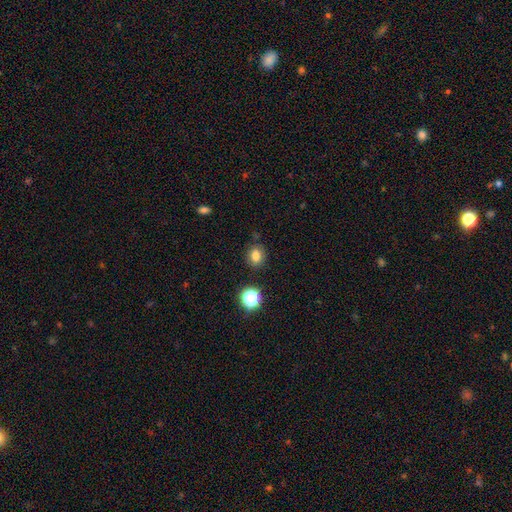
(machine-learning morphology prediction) Q: Smooth or featured?
A: smooth (79%); runner-up: star or artifact (15%)
Q: How rounded?
A: round (53%); runner-up: in between (46%)
Q: Merging?
A: none (81%); runner-up: minor disturbance (12%)